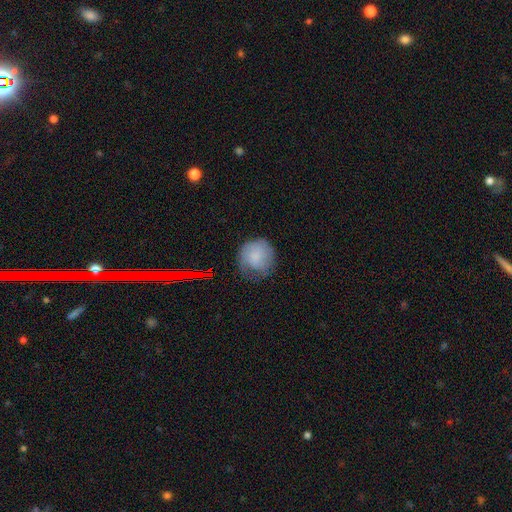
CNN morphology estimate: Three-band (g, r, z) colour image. It shows a smooth galaxy with no disk features (68%) that is round (81%). Merging: none (54%).